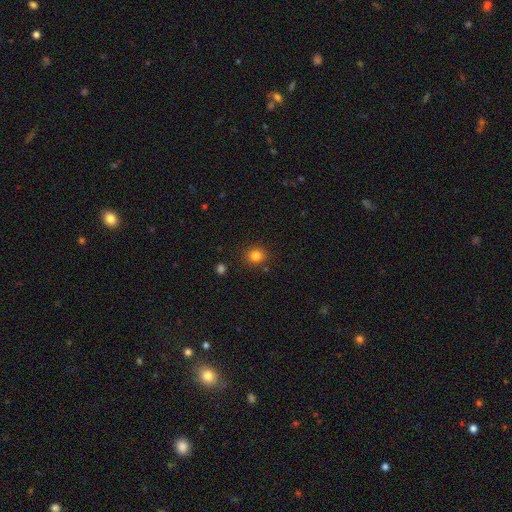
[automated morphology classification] This appears to be a smooth galaxy with no disk features (82%) that is round (83%). Merging: none (87%).